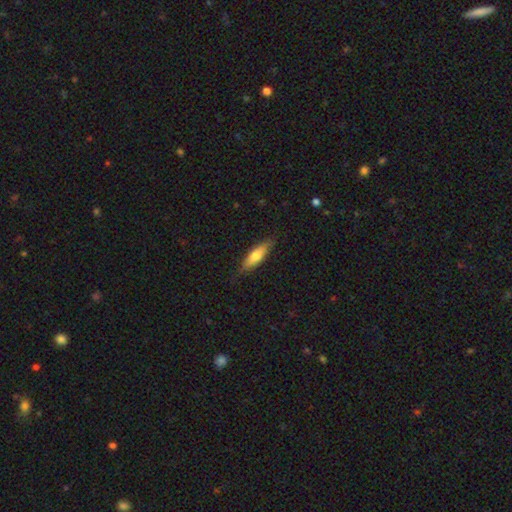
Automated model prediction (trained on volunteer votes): This is likely a smooth galaxy (65%). How rounded: possibly cigar-shaped (58%). Merging: clearly none (81%).